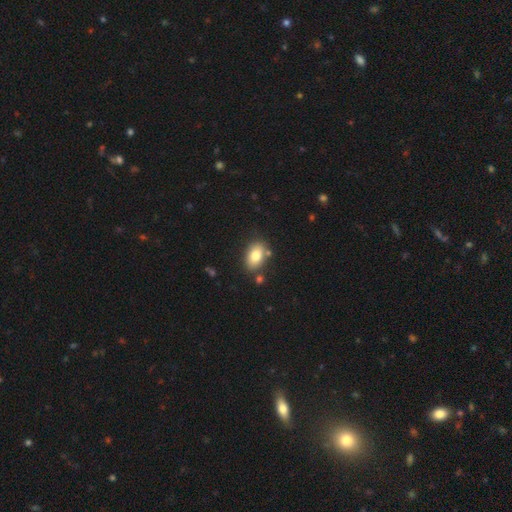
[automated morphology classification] Smooth or featured?
  - smooth: 80% *
  - featured or disk: 12%
  - star or artifact: 8%
How rounded?
  - in between: 86% *
  - round: 13%
  - cigar-shaped: 1%
Merging?
  - none: 78% *
  - minor disturbance: 12%
  - merger: 7%
  - major disturbance: 3%